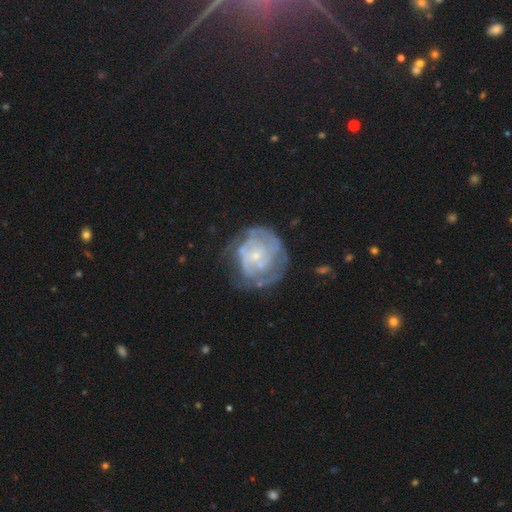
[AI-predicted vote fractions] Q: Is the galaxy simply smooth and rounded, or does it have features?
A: featured or disk — 73%.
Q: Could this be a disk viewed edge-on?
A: no — 98%.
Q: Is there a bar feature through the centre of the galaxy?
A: no — 80%.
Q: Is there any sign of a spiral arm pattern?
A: yes — 65%.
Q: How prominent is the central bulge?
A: small — 74%.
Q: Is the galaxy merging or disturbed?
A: none — 51%.